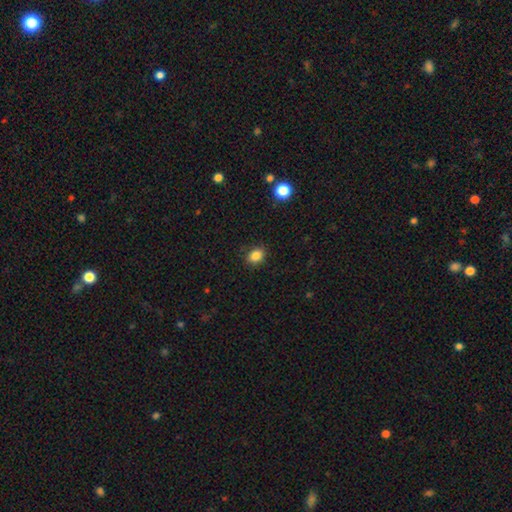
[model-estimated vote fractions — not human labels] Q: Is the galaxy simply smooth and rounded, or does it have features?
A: smooth — 85%.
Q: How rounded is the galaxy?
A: in between — 63%.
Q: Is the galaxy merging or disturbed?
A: none — 87%.